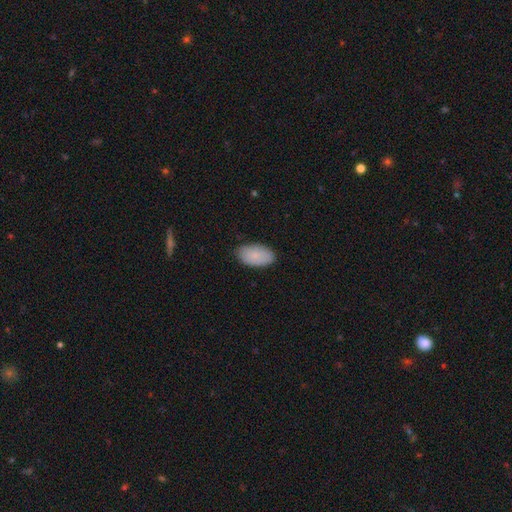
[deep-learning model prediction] smooth_or_featured: smooth (p=0.86) [alt: featured or disk p=0.08]
how_rounded: in between (p=0.95) [alt: round p=0.04]
merging: none (p=0.86) [alt: minor disturbance p=0.11]